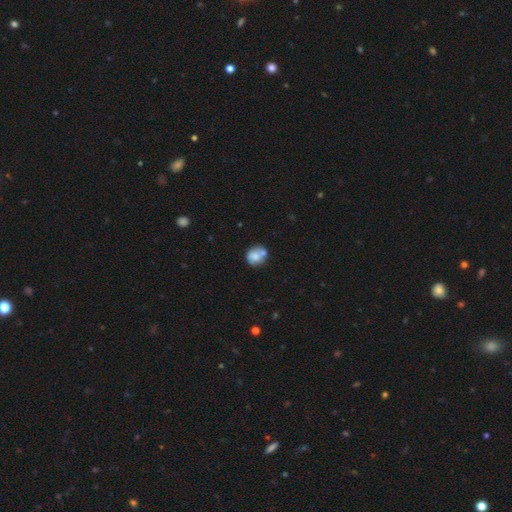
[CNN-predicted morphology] Smooth or featured? smooth (71%)
How rounded? round (72%)
Merging? none (45%)